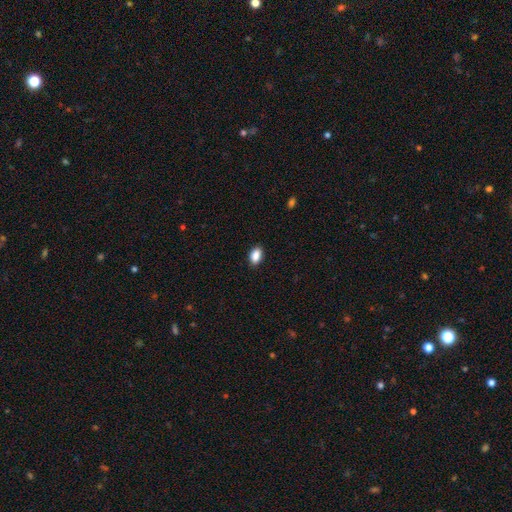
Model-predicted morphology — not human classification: This appears to be a smooth galaxy with no disk features (89%) that is in between round and cigar-shaped (90%). Merging: none (89%).